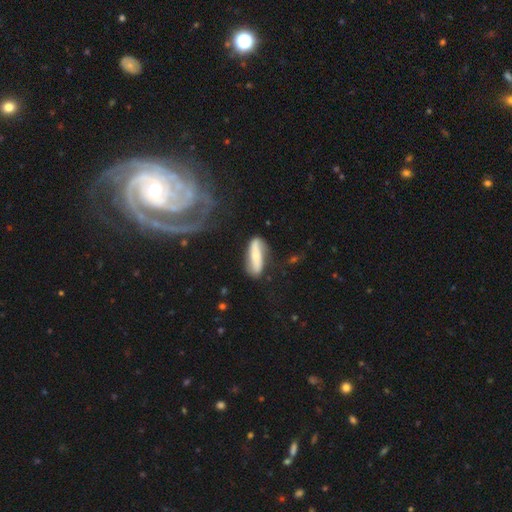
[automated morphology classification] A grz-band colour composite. It shows a featured or disk galaxy (51%). Merging: none (73%).